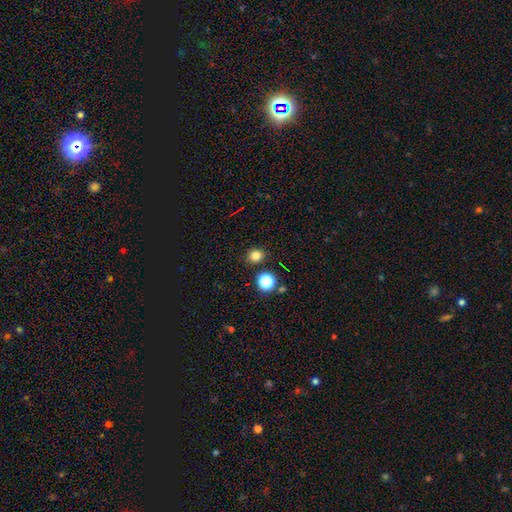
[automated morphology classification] Overall: smooth (78%). How rounded: round (81%). Merging: none (87%).